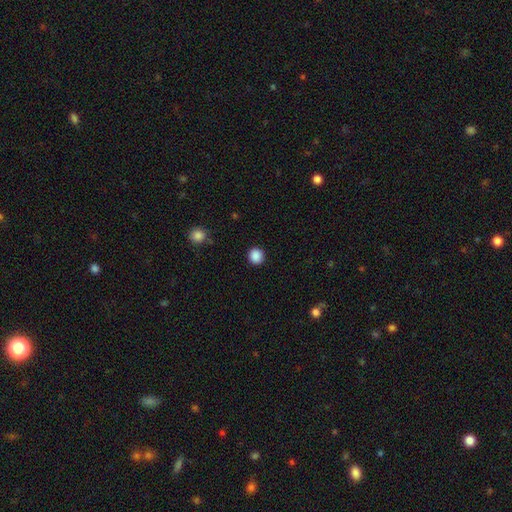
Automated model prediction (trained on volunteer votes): A smooth galaxy with no disk features (88%) that is round (93%). Merging: none (92%).